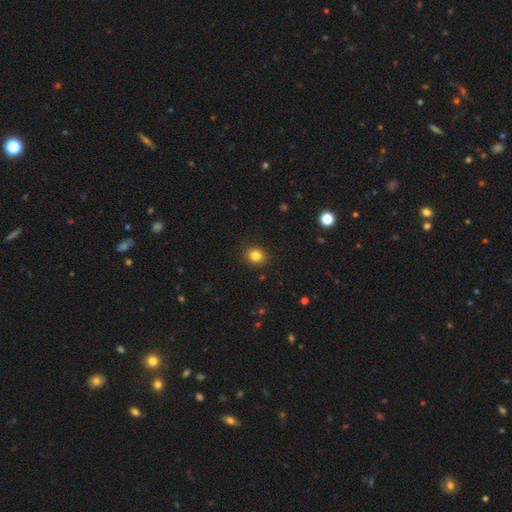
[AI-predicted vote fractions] smooth_or_featured: smooth (p=0.83) [alt: star or artifact p=0.12]
how_rounded: round (p=0.69) [alt: in between p=0.30]
merging: none (p=0.90) [alt: minor disturbance p=0.07]